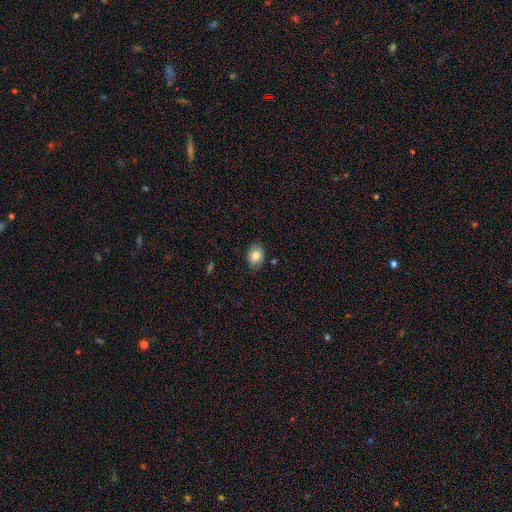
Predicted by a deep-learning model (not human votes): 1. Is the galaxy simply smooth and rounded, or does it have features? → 80% smooth, 12% featured or disk, 8% star or artifact.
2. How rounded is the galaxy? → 72% in between, 27% round, 1% cigar-shaped.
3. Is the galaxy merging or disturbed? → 81% none, 14% minor disturbance, 3% major disturbance, 2% merger.